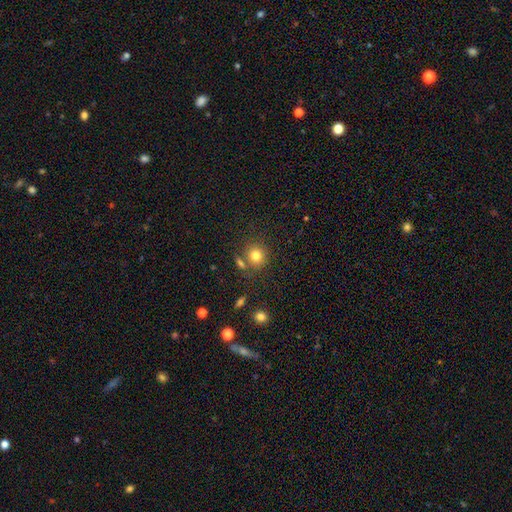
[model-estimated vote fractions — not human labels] Smooth or featured? Predicted: smooth (p=0.79). How rounded? Predicted: round (p=0.84). Merging? Predicted: none (p=0.72).